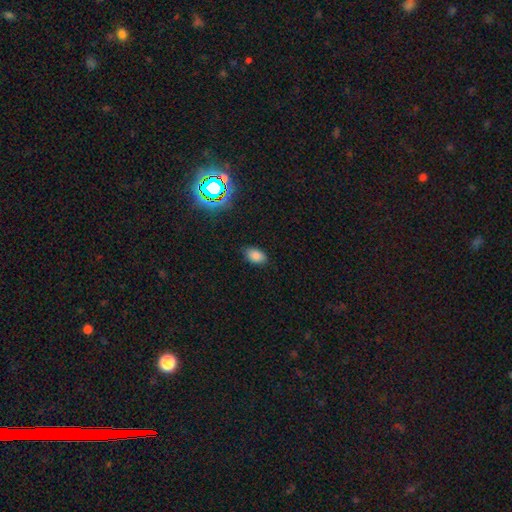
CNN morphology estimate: A smooth galaxy with no disk features (81%) that is in between round and cigar-shaped (88%). Merging: none (83%).